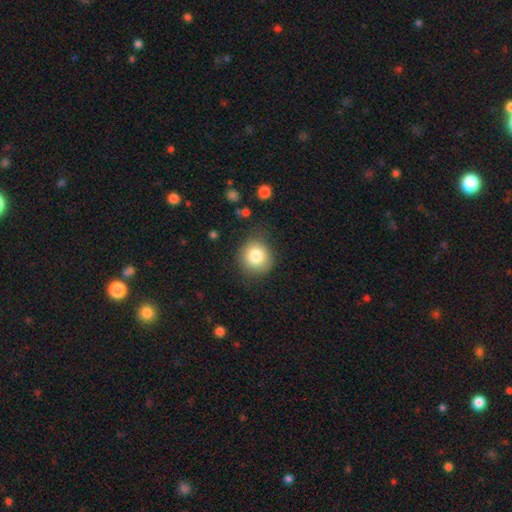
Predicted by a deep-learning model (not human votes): Smooth or featured? smooth (81%)
How rounded? round (89%)
Merging? none (80%)